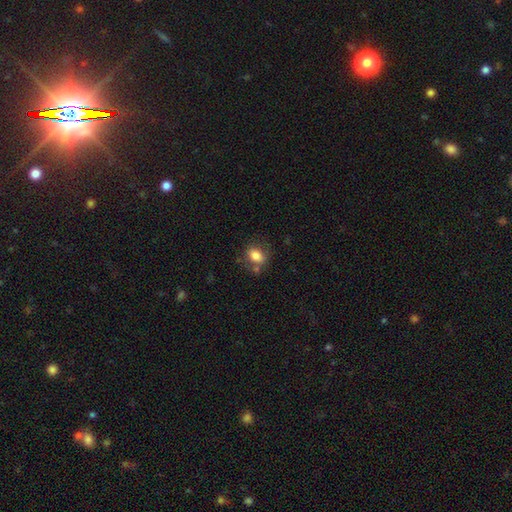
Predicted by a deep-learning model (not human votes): The model was most divided on "how rounded": in between: 67%, round: 31%, cigar-shaped: 1%. More confident: smooth or featured — smooth (80%); merging — none (66%).